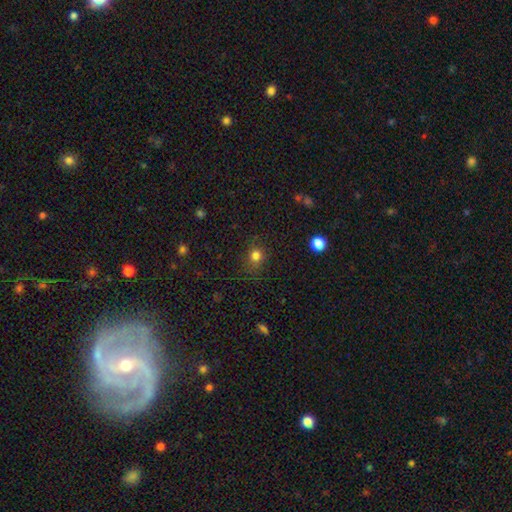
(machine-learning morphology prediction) The model was most divided on "how rounded": round: 79%, in between: 20%, cigar-shaped: 1%. More confident: merging — none (81%); smooth or featured — smooth (79%).